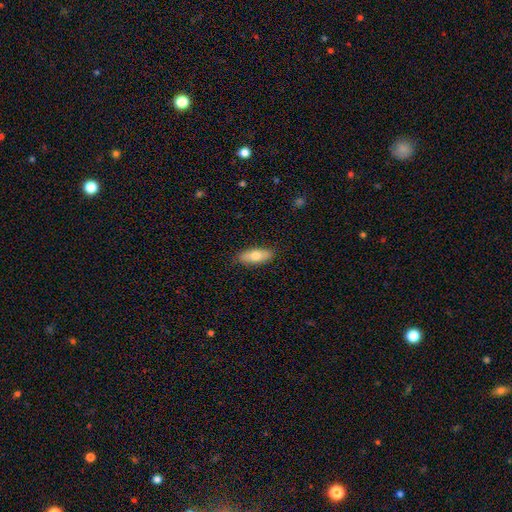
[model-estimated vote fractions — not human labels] The model was most divided on "how rounded": in between: 72%, cigar-shaped: 26%, round: 3%. More confident: merging — none (88%); smooth or featured — smooth (73%).